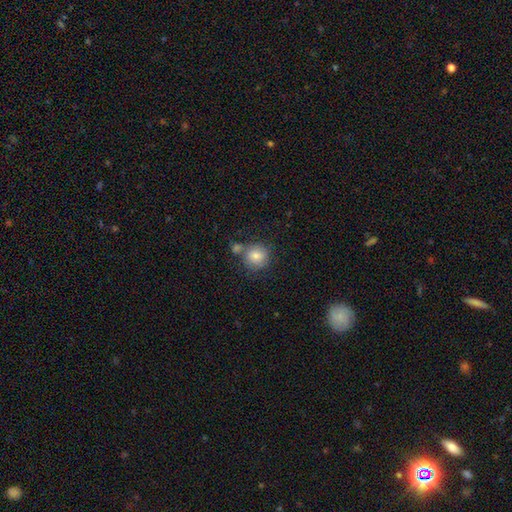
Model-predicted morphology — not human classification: Smooth or featured: smooth — 79% (featured or disk — 11%)
How rounded: round — 87% (in between — 12%)
Merging: none — 62% (merger — 20%)